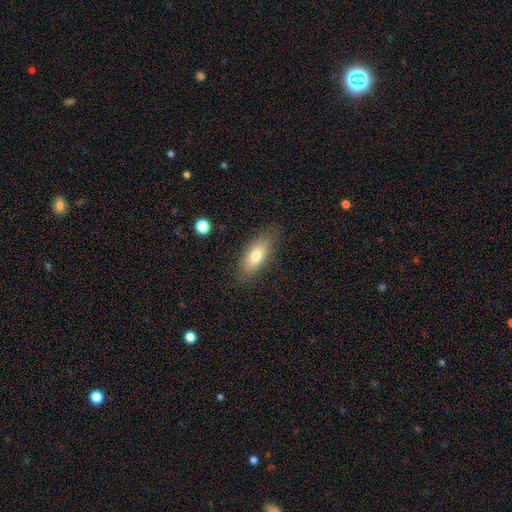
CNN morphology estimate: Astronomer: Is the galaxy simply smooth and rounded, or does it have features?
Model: smooth — 76%.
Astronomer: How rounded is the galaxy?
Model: in between — 76%.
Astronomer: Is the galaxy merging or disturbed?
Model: none — 82%.